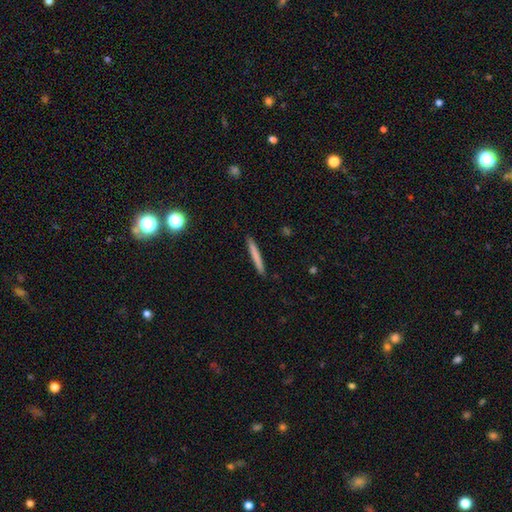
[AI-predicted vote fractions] Overall: smooth (73%). How rounded: cigar-shaped (97%). Merging: none (91%).